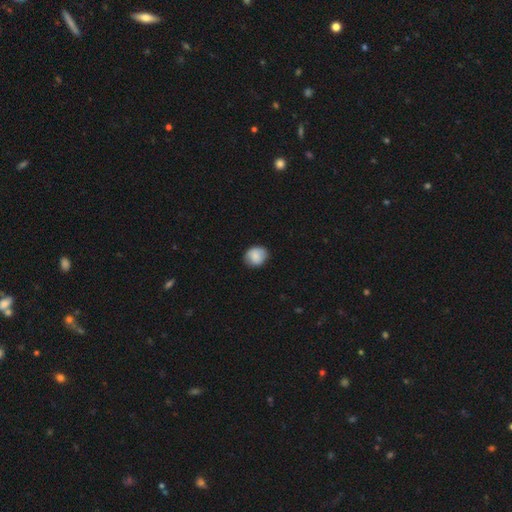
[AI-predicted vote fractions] smooth 84%, featured or disk 9%, star or artifact 7%. Down the decision tree: how rounded — round (67%); merging — none (82%).